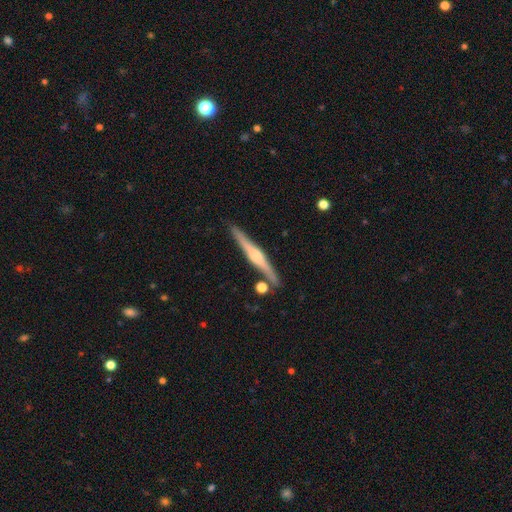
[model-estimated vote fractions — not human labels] The model was most divided on "edge-on bulge": rounded: 72%, boxy: 19%, none: 9%. More confident: edge-on disk — yes (98%); merging — none (85%); smooth or featured — featured or disk (75%).